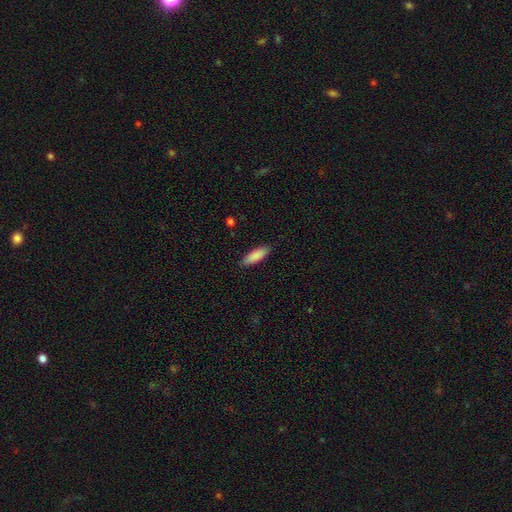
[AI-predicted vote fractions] smooth-or-featured: smooth: 88% | featured or disk: 7% | star or artifact: 6%
  how-rounded: in between: 54% | cigar-shaped: 45% | round: 2%
  merging: none: 89% | minor disturbance: 9% | major disturbance: 2% | merger: 1%